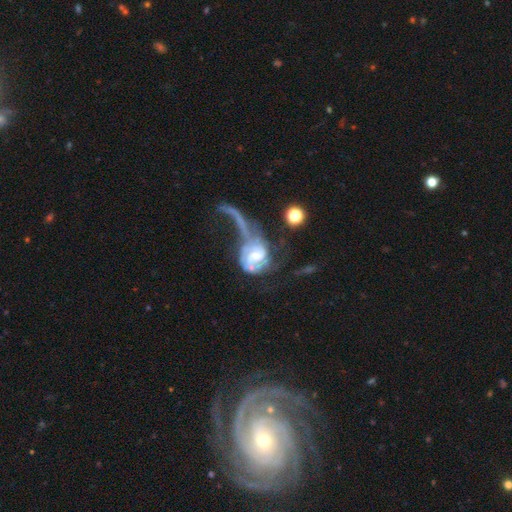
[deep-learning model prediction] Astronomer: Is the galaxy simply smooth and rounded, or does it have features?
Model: featured or disk — 79%.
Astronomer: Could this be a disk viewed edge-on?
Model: no — 97%.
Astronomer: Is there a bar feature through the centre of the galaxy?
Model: no — 54% (runner-up: weak, 36%).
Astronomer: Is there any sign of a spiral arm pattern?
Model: yes — 85%.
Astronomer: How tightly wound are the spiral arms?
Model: loose — 38% (runner-up: medium, 32%).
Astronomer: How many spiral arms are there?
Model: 2 — 44% (runner-up: 1, 22%).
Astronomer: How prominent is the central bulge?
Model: small — 48% (runner-up: moderate, 36%).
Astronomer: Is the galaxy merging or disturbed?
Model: major disturbance — 50% (runner-up: merger, 26%).